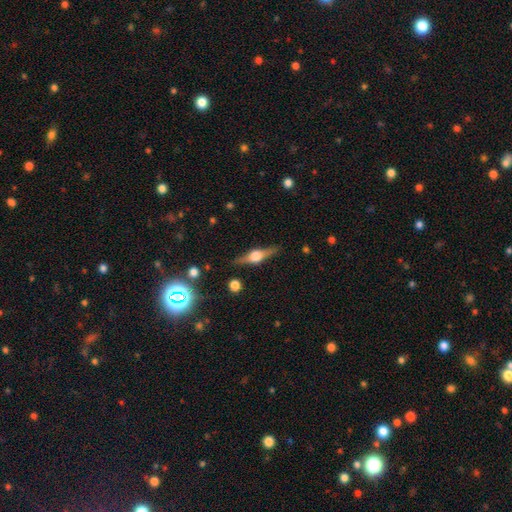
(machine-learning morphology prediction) Q: Smooth or featured?
A: featured or disk (74%); runner-up: smooth (19%)
Q: Edge-on disk?
A: yes (97%); runner-up: no (3%)
Q: Edge-on bulge?
A: rounded (93%); runner-up: boxy (5%)
Q: Merging?
A: none (87%); runner-up: minor disturbance (9%)